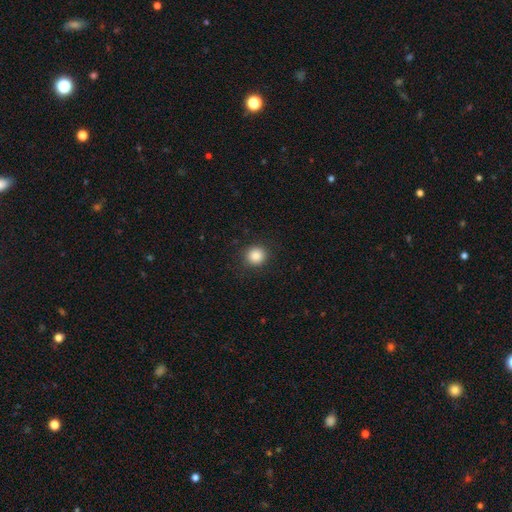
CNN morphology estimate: smooth_or_featured: smooth (p=0.86) [alt: star or artifact p=0.10]
how_rounded: round (p=0.92) [alt: in between p=0.07]
merging: none (p=0.91) [alt: minor disturbance p=0.06]